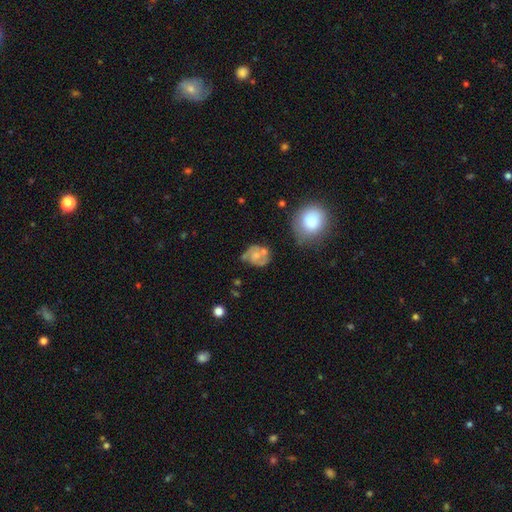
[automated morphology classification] smooth_or_featured: featured or disk (p=0.58) [alt: smooth p=0.33]
disk_edge_on: no (p=0.97) [alt: yes p=0.03]
bar: no (p=0.73) [alt: weak p=0.23]
has_spiral_arms: yes (p=0.72) [alt: no p=0.28]
bulge_size: small (p=0.39) [alt: moderate p=0.37]
merging: none (p=0.47) [alt: minor disturbance p=0.24]